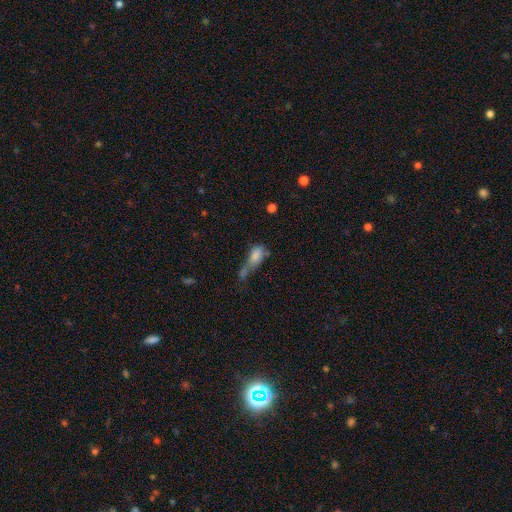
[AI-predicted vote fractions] Smooth or featured: smooth — 74% (featured or disk — 16%)
How rounded: in between — 81% (cigar-shaped — 12%)
Merging: merger — 36% (major disturbance — 24%)